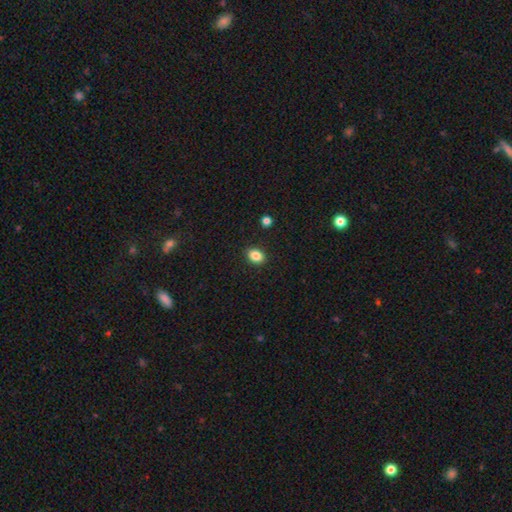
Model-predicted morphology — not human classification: Smooth or featured? smooth (86%)
How rounded? in between (63%)
Merging? none (90%)